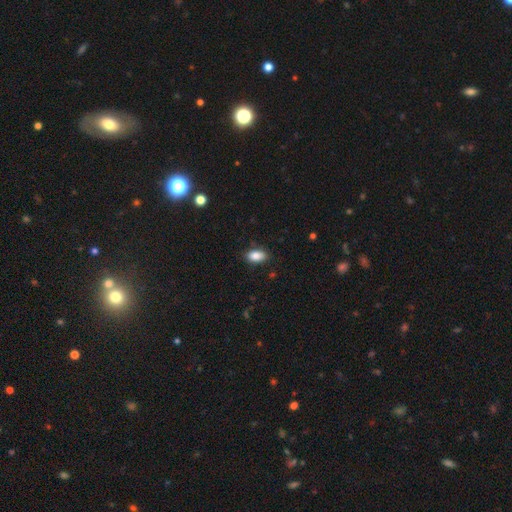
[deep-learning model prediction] The model was most divided on "merging": none: 84%, minor disturbance: 12%, major disturbance: 2%, merger: 1%. More confident: how rounded — in between (91%); smooth or featured — smooth (87%).